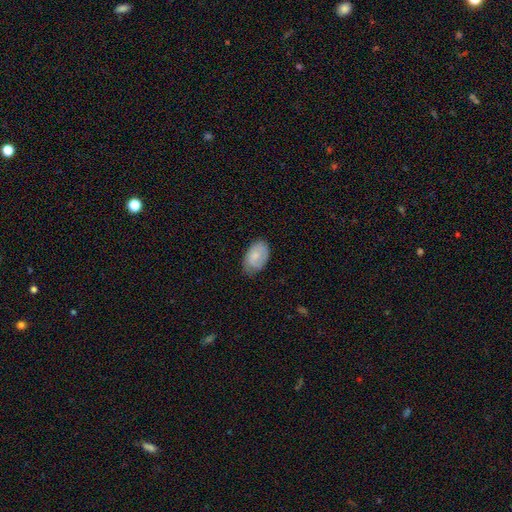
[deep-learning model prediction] A smooth galaxy with no disk features (72%) that is in between round and cigar-shaped (90%).

Vote fractions:
- Smooth or featured? smooth: 72% / featured or disk: 22% / star or artifact: 6%
- How rounded? in between: 90% / round: 8% / cigar-shaped: 1%
- Merging? none: 66% / minor disturbance: 28% / major disturbance: 6% / merger: 1%